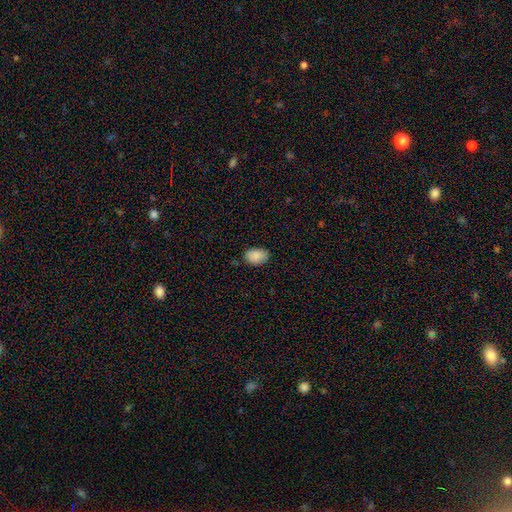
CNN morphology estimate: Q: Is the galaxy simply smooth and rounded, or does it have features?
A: smooth — 89%.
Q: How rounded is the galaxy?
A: in between — 84%.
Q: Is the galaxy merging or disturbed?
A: none — 82%.